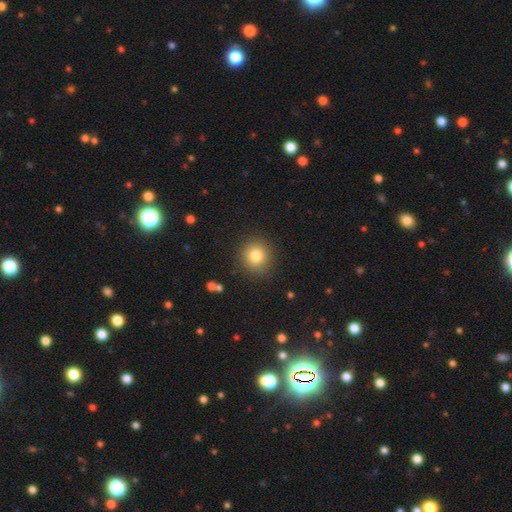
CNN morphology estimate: Smooth or featured: smooth — 80% (star or artifact — 12%)
How rounded: round — 91% (in between — 8%)
Merging: none — 88% (minor disturbance — 8%)